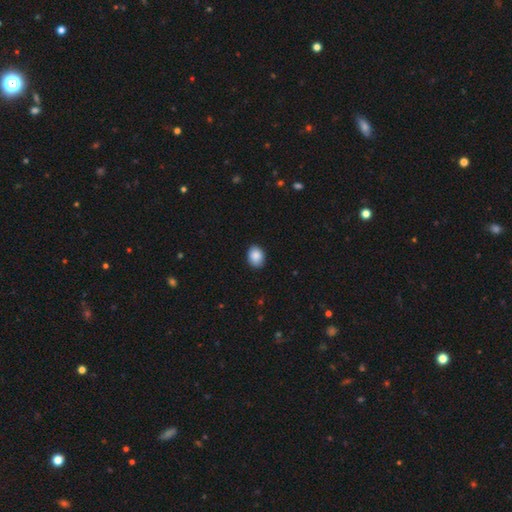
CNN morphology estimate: Smooth or featured: smooth — 89% (star or artifact — 7%)
How rounded: in between — 67% (round — 33%)
Merging: none — 88% (minor disturbance — 9%)